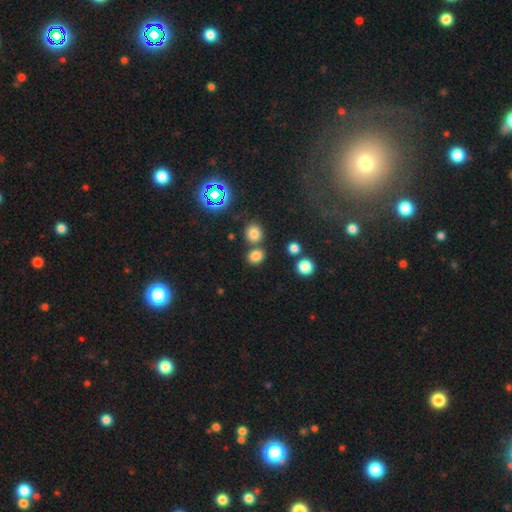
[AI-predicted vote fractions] Overall: smooth (77%). How rounded: round (54%; in between 45%). Merging: none (70%).